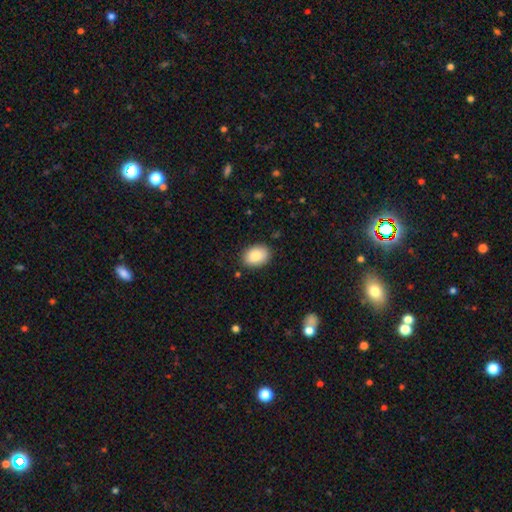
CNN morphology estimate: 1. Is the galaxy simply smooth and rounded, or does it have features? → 87% smooth, 7% star or artifact, 6% featured or disk.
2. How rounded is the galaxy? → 78% in between, 21% round, 1% cigar-shaped.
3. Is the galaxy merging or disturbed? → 87% none, 10% minor disturbance, 2% major disturbance, 1% merger.